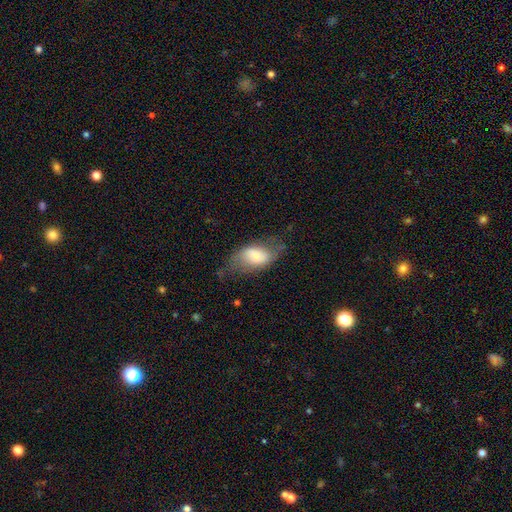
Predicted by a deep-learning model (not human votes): smooth-or-featured: smooth: 55% | featured or disk: 38% | star or artifact: 7%
  how-rounded: in between: 88% | round: 9% | cigar-shaped: 3%
  merging: none: 49% | minor disturbance: 29% | major disturbance: 20% | merger: 2%